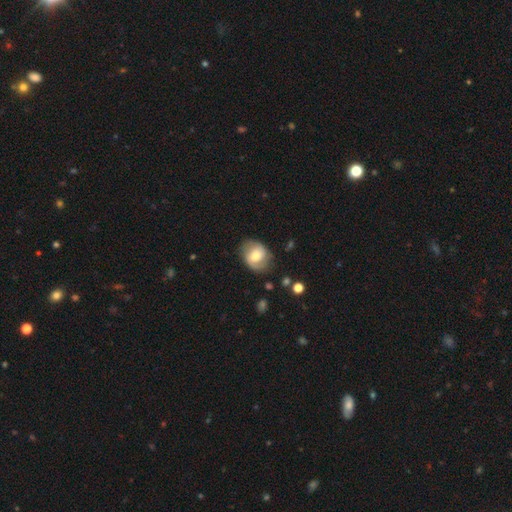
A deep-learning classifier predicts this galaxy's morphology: A smooth galaxy with no disk features (48%).

Vote fractions:
- Smooth or featured? smooth: 48% / featured or disk: 45% / star or artifact: 7%
- Merging? none: 72% / minor disturbance: 19% / major disturbance: 7% / merger: 2%